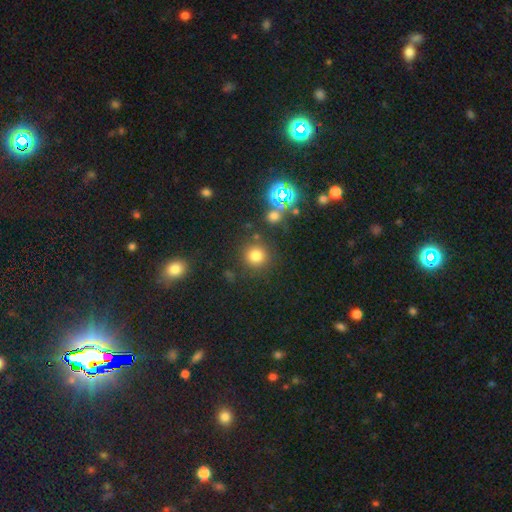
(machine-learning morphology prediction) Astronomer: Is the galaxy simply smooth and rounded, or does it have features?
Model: smooth — 72%.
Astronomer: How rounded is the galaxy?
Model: round — 92%.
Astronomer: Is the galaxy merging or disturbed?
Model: none — 84%.